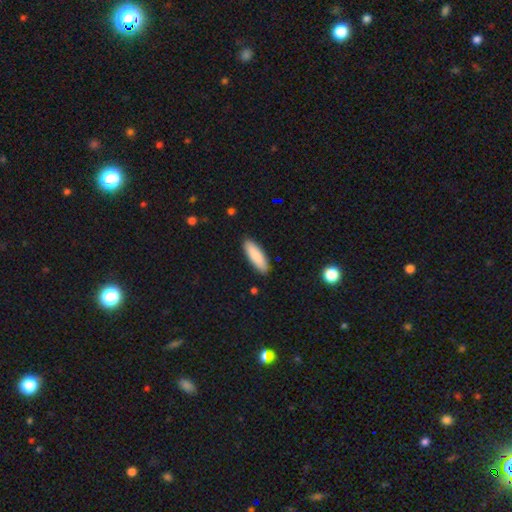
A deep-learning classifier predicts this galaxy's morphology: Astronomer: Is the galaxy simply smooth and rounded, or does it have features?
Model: smooth — 87%.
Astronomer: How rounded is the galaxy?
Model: in between — 51% (runner-up: cigar-shaped, 48%).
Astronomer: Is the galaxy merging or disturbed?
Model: none — 89%.